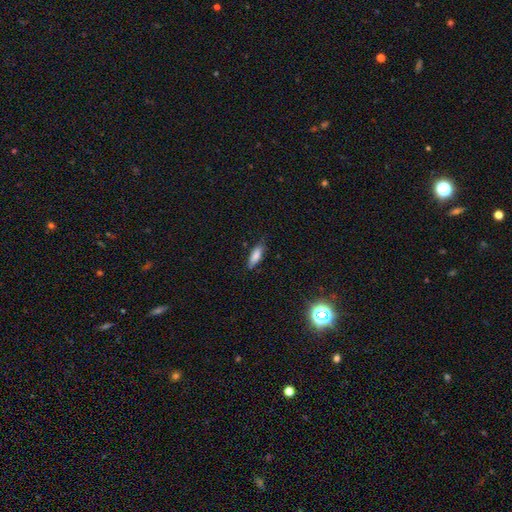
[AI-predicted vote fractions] The model was most divided on "how rounded": in between: 59%, cigar-shaped: 39%, round: 2%. More confident: smooth or featured — smooth (81%); merging — none (72%).